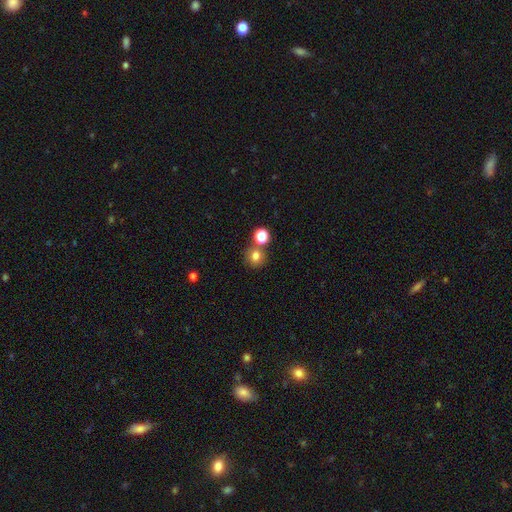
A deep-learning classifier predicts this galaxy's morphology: Smooth or featured?
  - smooth: 76% *
  - star or artifact: 16%
  - featured or disk: 8%
How rounded?
  - round: 85% *
  - in between: 14%
  - cigar-shaped: 1%
Merging?
  - none: 67% *
  - merger: 20%
  - minor disturbance: 9%
  - major disturbance: 3%